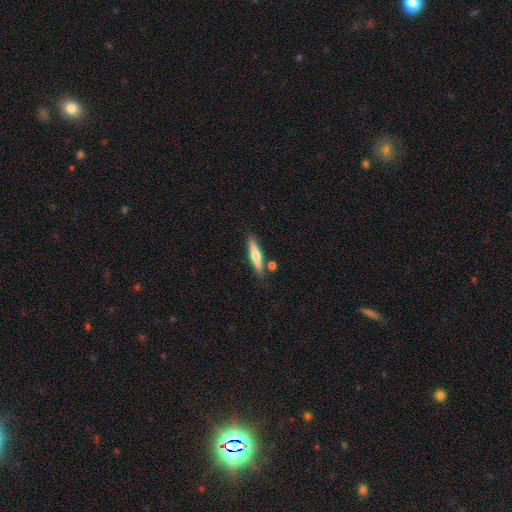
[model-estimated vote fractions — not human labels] Morphology: type=smooth (56%); roundness=cigar-shaped (86%); merging=none (80%).